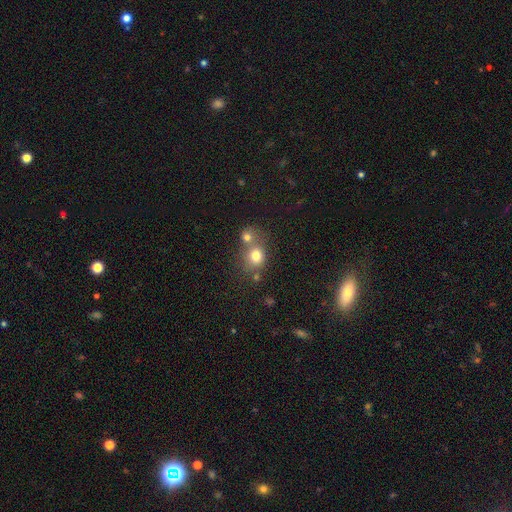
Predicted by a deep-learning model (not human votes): The model was most divided on "merging": merger: 44%, none: 42%, minor disturbance: 9%, major disturbance: 4%. More confident: smooth or featured — smooth (76%); how rounded — round (71%).